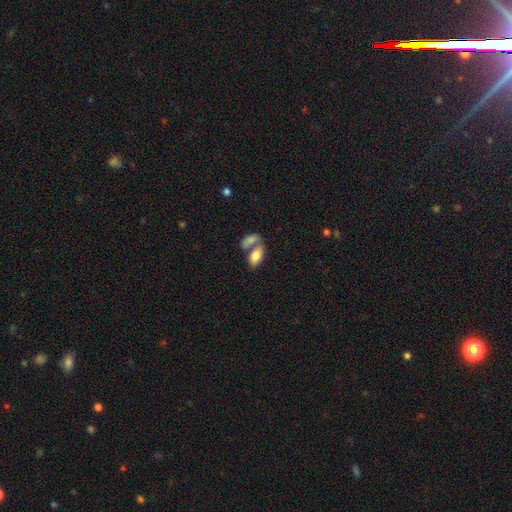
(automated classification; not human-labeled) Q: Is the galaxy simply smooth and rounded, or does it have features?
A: smooth — 80%.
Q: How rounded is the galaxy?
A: in between — 93%.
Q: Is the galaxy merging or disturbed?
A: merger — 56%.